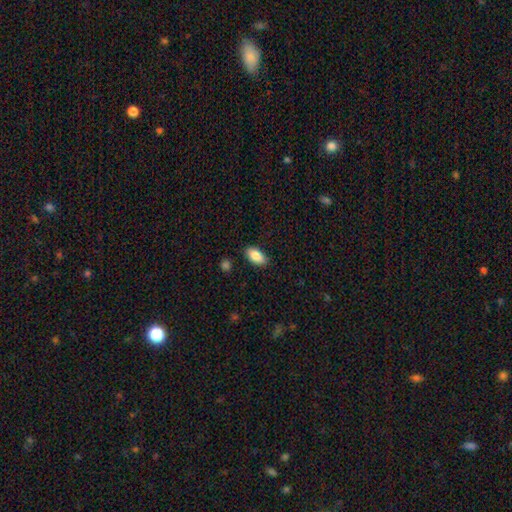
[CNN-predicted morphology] Q: Smooth or featured?
A: smooth (85%); runner-up: featured or disk (8%)
Q: How rounded?
A: in between (91%); runner-up: cigar-shaped (6%)
Q: Merging?
A: none (86%); runner-up: minor disturbance (11%)